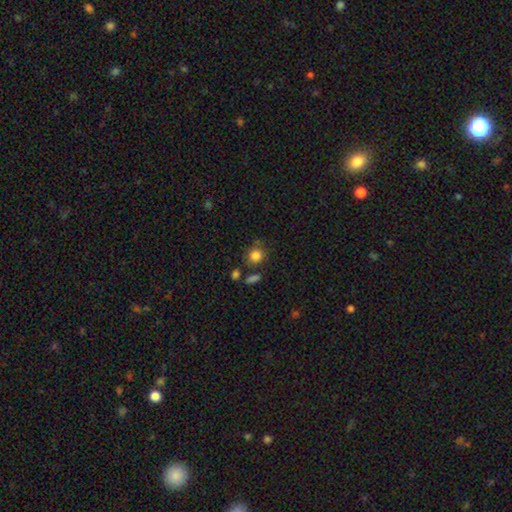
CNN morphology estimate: A smooth galaxy with no disk features (83%) that is round (85%). Merging: none (73%).